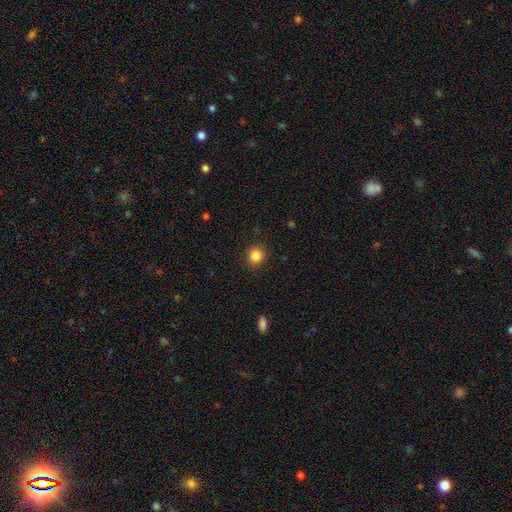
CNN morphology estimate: Smooth or featured? smooth (85%)
How rounded? round (83%)
Merging? none (90%)